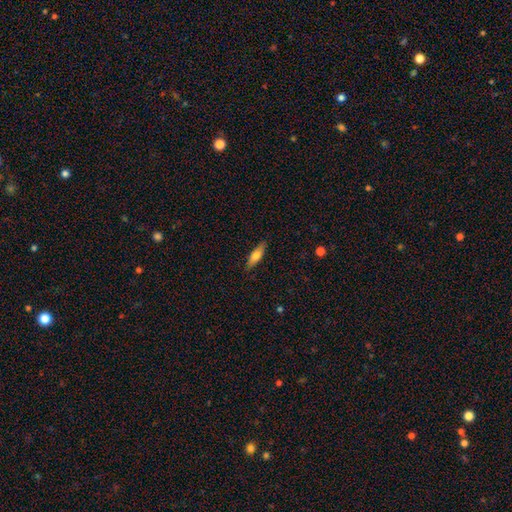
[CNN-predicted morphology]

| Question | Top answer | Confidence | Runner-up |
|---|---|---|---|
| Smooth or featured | smooth | 67% | featured or disk (27%) |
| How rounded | cigar-shaped | 55% | in between (43%) |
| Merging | none | 86% | minor disturbance (11%) |